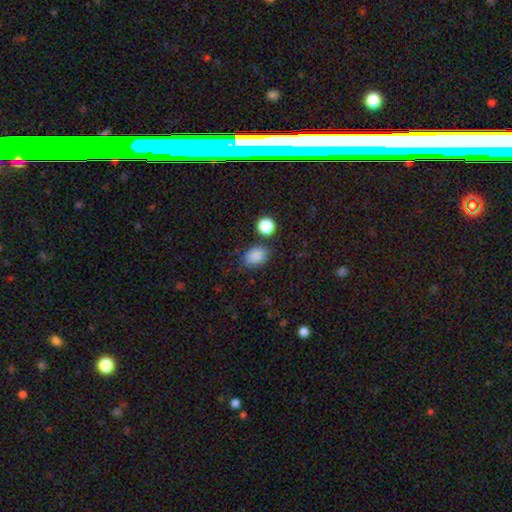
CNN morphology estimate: type=smooth (86%); roundness=in between (78%); merging=none (74%).